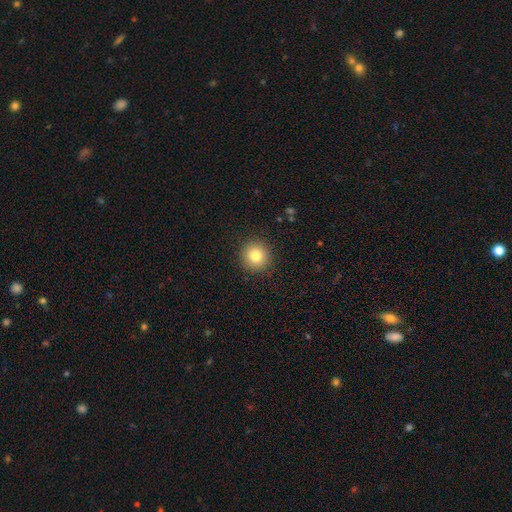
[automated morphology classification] Smooth or featured? Predicted: smooth (p=0.82). How rounded? Predicted: round (p=0.93). Merging? Predicted: none (p=0.91).